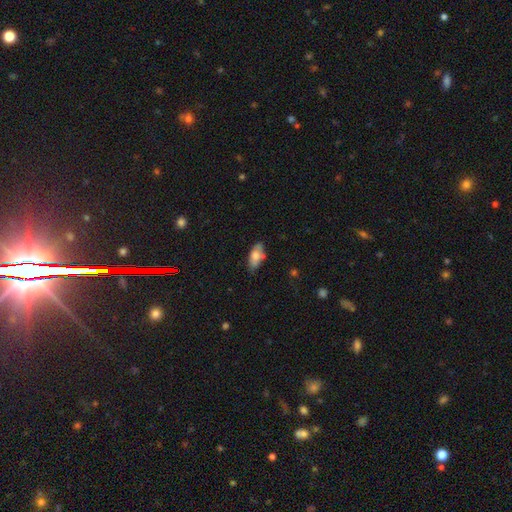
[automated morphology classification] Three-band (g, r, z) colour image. It shows a smooth galaxy with no disk features (68%) that is in between round and cigar-shaped (89%). Merging: none (64%).